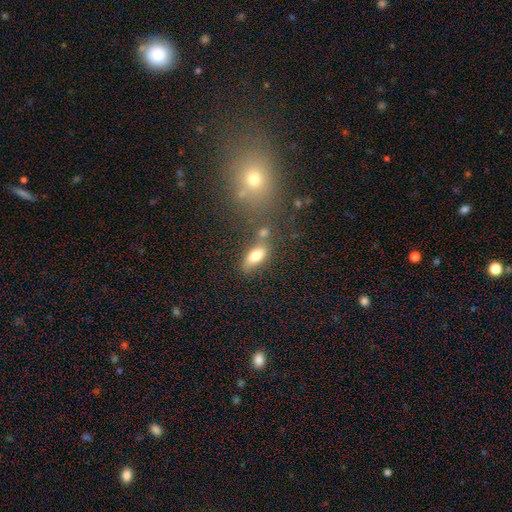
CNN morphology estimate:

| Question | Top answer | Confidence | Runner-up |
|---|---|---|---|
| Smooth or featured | smooth | 76% | featured or disk (14%) |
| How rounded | in between | 81% | cigar-shaped (14%) |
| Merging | none | 60% | merger (18%) |